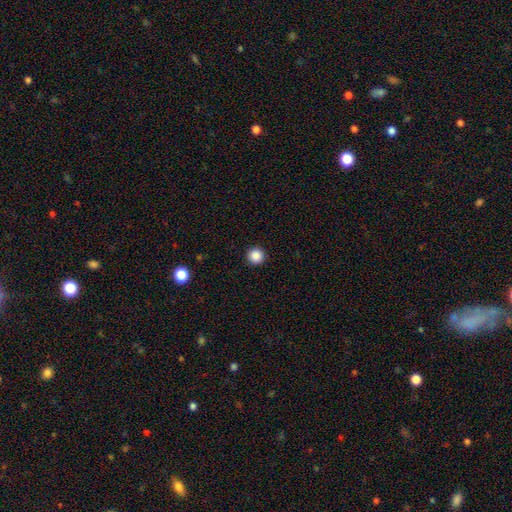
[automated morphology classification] Smooth or featured? smooth (87%)
How rounded? round (96%)
Merging? none (94%)